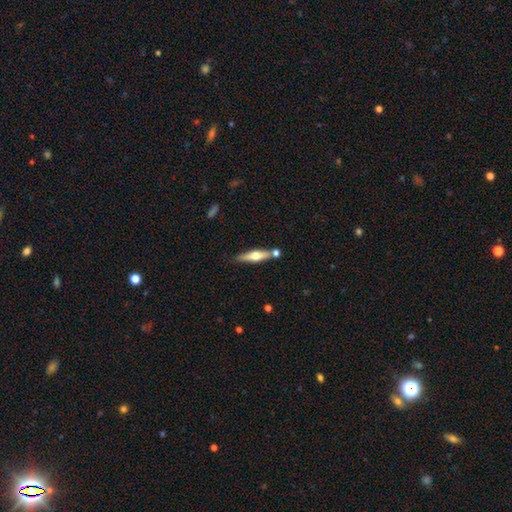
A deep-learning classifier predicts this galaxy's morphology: A featured or disk galaxy (51%) viewed edge-on (91%).

Vote fractions:
- Smooth or featured? featured or disk: 51% / smooth: 43% / star or artifact: 6%
- Edge-on disk? yes: 91% / no: 9%
- Merging? none: 72% / merger: 13% / minor disturbance: 12% / major disturbance: 3%